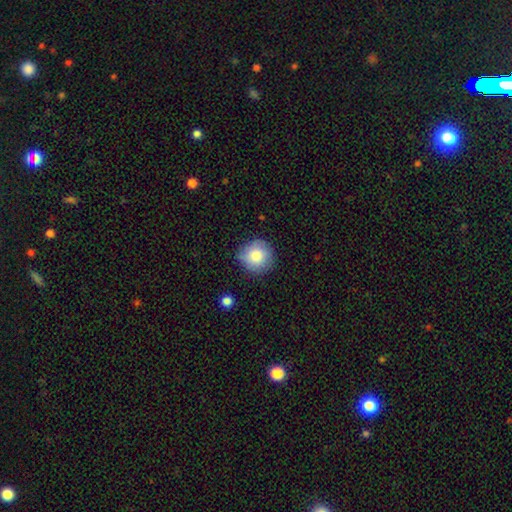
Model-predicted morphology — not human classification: Smooth or featured? Predicted: smooth (p=0.83). How rounded? Predicted: round (p=0.93). Merging? Predicted: none (p=0.81).